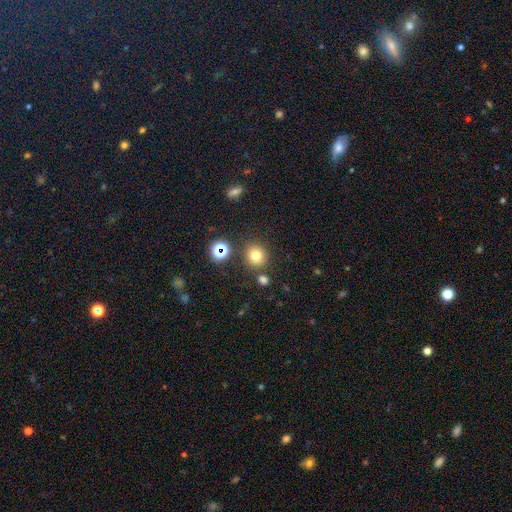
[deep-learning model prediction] Smooth or featured?
  - smooth: 73% *
  - star or artifact: 19%
  - featured or disk: 8%
How rounded?
  - round: 87% *
  - in between: 12%
  - cigar-shaped: 1%
Merging?
  - none: 81% *
  - minor disturbance: 9%
  - merger: 7%
  - major disturbance: 3%